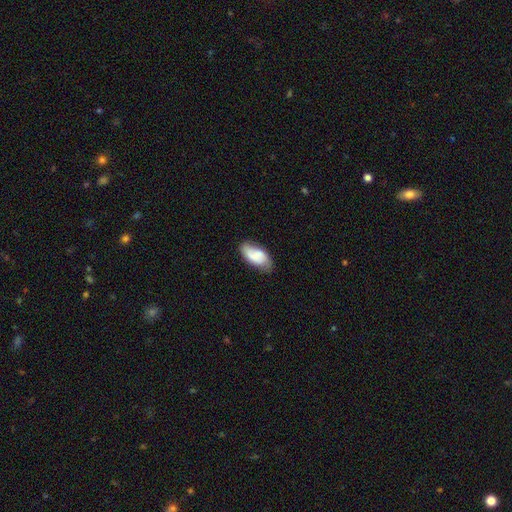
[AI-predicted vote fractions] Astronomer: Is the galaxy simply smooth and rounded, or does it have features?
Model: smooth — 61%.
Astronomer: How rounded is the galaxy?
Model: in between — 93%.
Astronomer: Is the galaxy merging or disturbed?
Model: none — 61%.